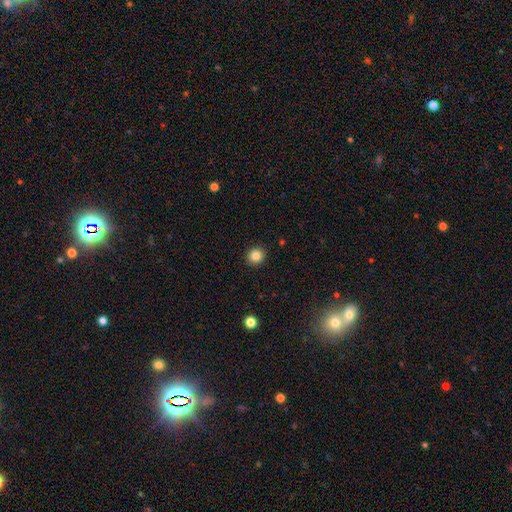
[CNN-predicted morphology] Smooth or featured: smooth — 84% (star or artifact — 11%)
How rounded: round — 87% (in between — 12%)
Merging: none — 92% (minor disturbance — 5%)